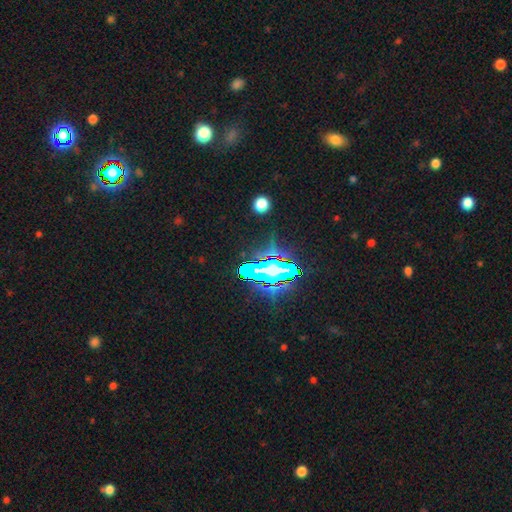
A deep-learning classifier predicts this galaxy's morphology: The model was most divided on "smooth or featured": star or artifact: 82%, smooth: 10%, featured or disk: 8%.